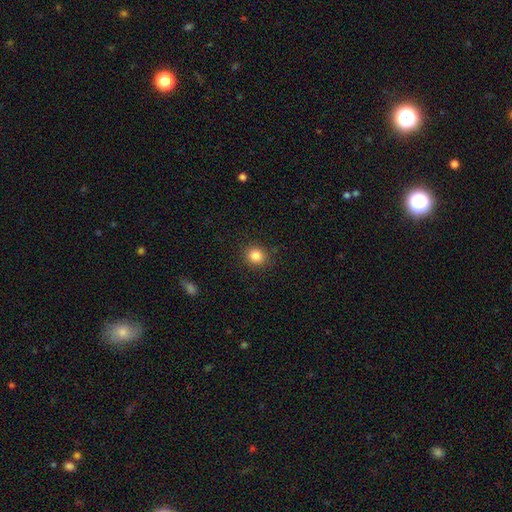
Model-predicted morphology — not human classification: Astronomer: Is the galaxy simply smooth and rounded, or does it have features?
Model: smooth — 84%.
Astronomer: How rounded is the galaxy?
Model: round — 80%.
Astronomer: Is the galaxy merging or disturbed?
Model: none — 89%.